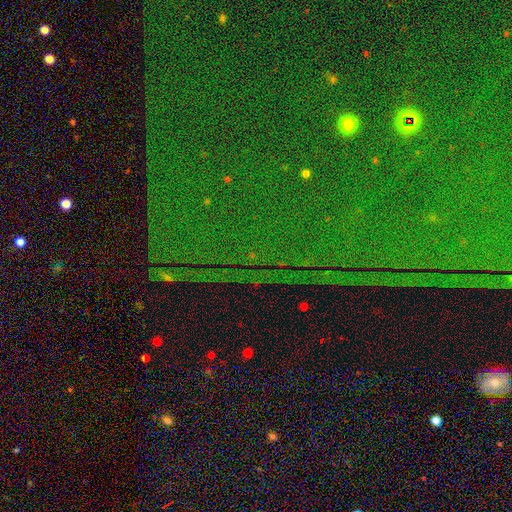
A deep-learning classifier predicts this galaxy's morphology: Smooth or featured? star or artifact (86%)